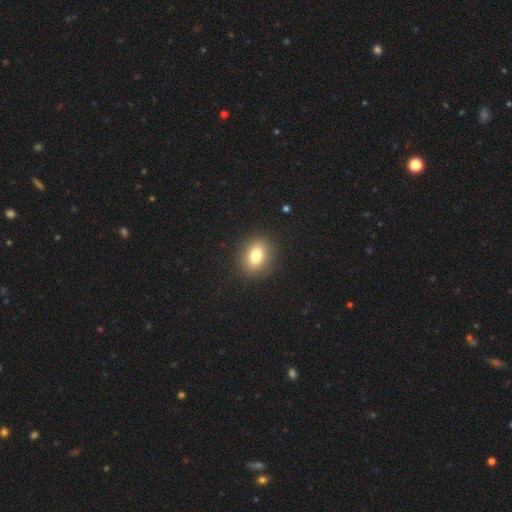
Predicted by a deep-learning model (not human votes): Q: Smooth or featured?
A: smooth (80%); runner-up: star or artifact (11%)
Q: How rounded?
A: in between (52%); runner-up: round (47%)
Q: Merging?
A: none (89%); runner-up: minor disturbance (7%)